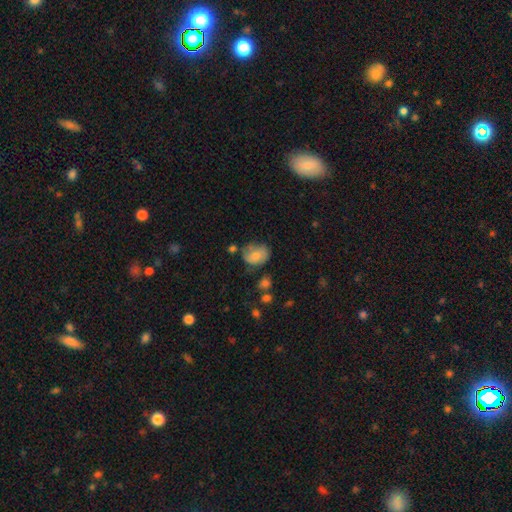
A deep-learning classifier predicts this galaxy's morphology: Smooth or featured? Predicted: smooth (p=0.69). How rounded? Predicted: in between (p=0.58). Merging? Predicted: none (p=0.48).